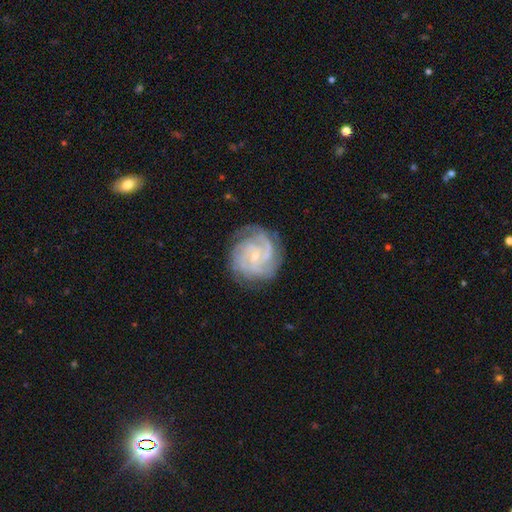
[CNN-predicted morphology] Smooth or featured?
  - featured or disk: 88% *
  - smooth: 7%
  - star or artifact: 5%
Edge-on disk?
  - no: 98% *
  - yes: 2%
Bar?
  - no: 60% *
  - weak: 33%
  - strong: 7%
Spiral arms?
  - yes: 98% *
  - no: 2%
Spiral winding?
  - tight: 69% *
  - medium: 27%
  - loose: 4%
Spiral arm count?
  - 3: 31% *
  - can't tell: 20%
  - 2: 18%
  - 4: 17%
  - more than 4: 7%
  - 1: 7%
Bulge size?
  - small: 79% *
  - moderate: 18%
  - none: 2%
  - large: 1%
  - dominant: 1%
Merging?
  - none: 79% *
  - minor disturbance: 15%
  - major disturbance: 5%
  - merger: 1%